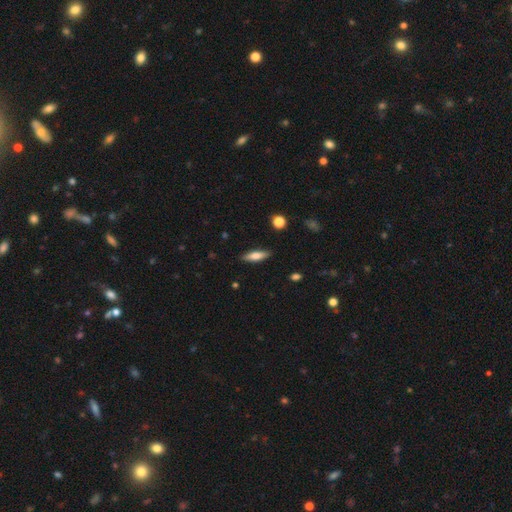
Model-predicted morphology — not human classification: This is likely a smooth galaxy (65%). How rounded: possibly cigar-shaped (58%). Merging: clearly none (88%).